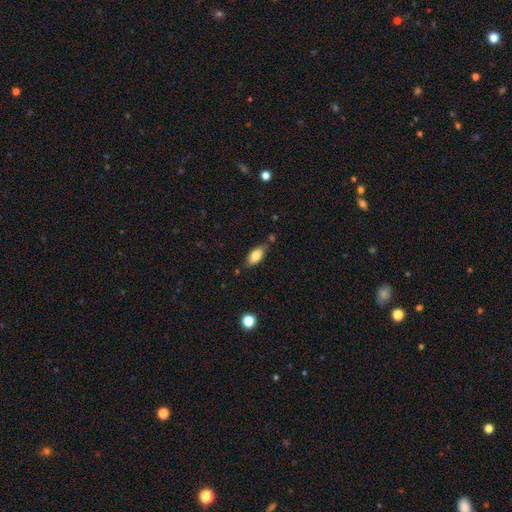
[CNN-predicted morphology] smooth 80%, featured or disk 12%, star or artifact 7%. Down the decision tree: how rounded — in between (90%); merging — none (70%).